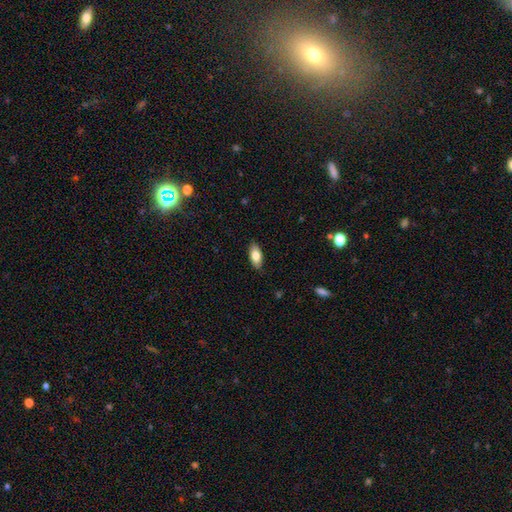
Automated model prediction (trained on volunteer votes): smooth-or-featured: smooth: 80% | featured or disk: 13% | star or artifact: 7%
  how-rounded: in between: 88% | cigar-shaped: 9% | round: 3%
  merging: none: 88% | minor disturbance: 9% | major disturbance: 2% | merger: 1%